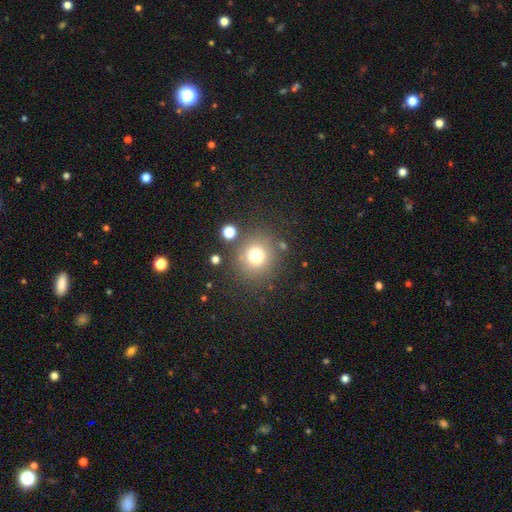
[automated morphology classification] A smooth galaxy with no disk features (75%) that is round (90%).

Vote fractions:
- Smooth or featured? smooth: 75% / star or artifact: 15% / featured or disk: 10%
- How rounded? round: 90% / in between: 9% / cigar-shaped: 1%
- Merging? none: 81% / minor disturbance: 9% / merger: 5% / major disturbance: 5%